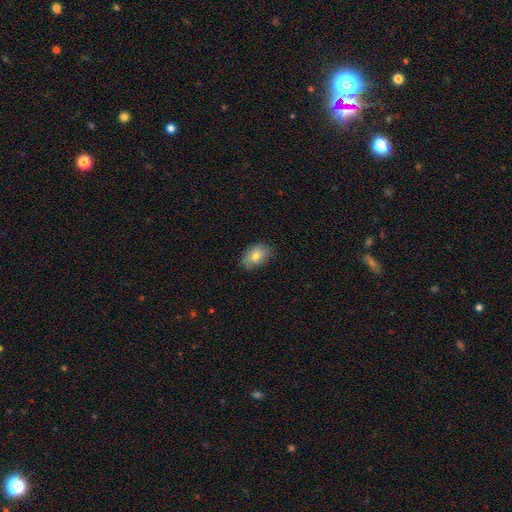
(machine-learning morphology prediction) type=smooth (77%); roundness=in between (87%); merging=none (77%).